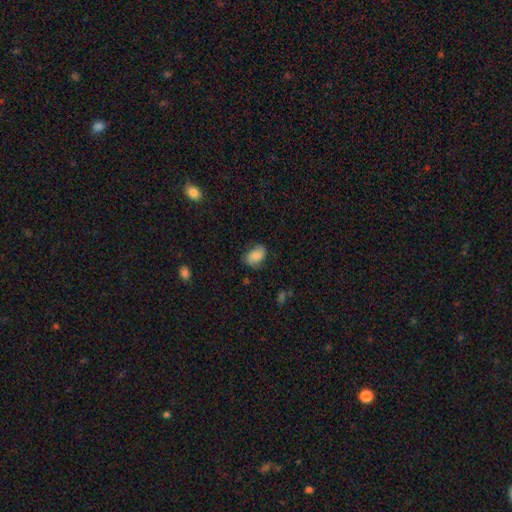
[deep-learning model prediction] Smooth or featured? Predicted: smooth (p=0.72). How rounded? Predicted: in between (p=0.84). Merging? Predicted: none (p=0.65).